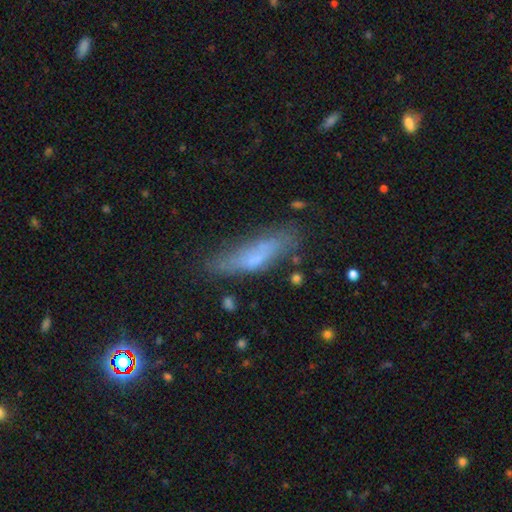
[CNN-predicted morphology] smooth 58%, featured or disk 32%, star or artifact 10%. Down the decision tree: how rounded — cigar-shaped (63%); merging — none (54%).